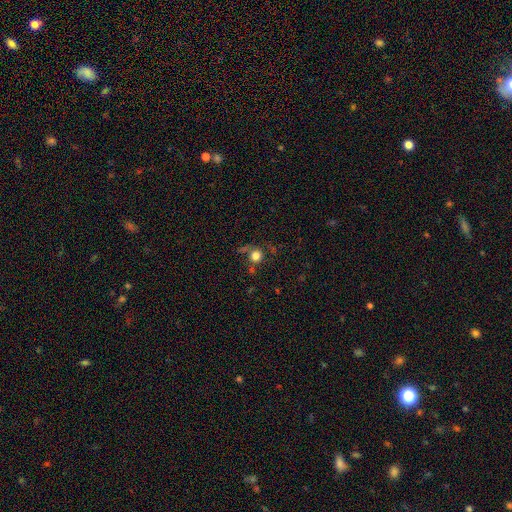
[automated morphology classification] Smooth or featured?
  - smooth: 74% *
  - star or artifact: 15%
  - featured or disk: 11%
How rounded?
  - round: 91% *
  - in between: 8%
  - cigar-shaped: 1%
Merging?
  - none: 60% *
  - minor disturbance: 16%
  - major disturbance: 14%
  - merger: 10%